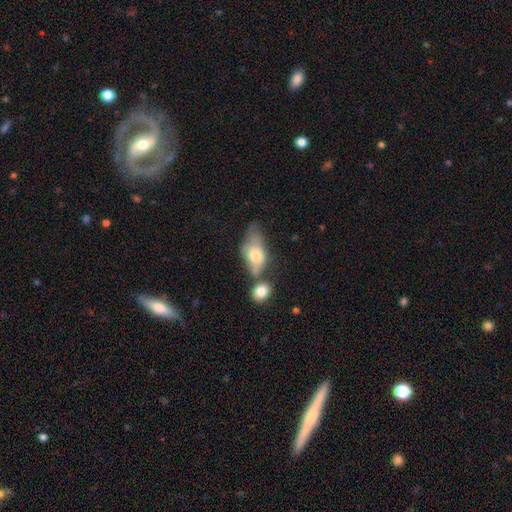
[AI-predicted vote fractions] Smooth or featured?
  - smooth: 67% *
  - featured or disk: 25%
  - star or artifact: 8%
How rounded?
  - in between: 84% *
  - round: 9%
  - cigar-shaped: 7%
Merging?
  - merger: 40% *
  - none: 23%
  - minor disturbance: 20%
  - major disturbance: 16%